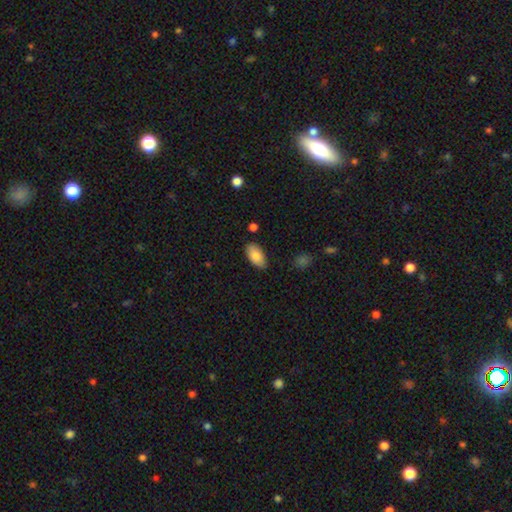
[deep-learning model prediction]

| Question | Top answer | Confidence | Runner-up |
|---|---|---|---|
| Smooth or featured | smooth | 87% | featured or disk (7%) |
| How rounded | in between | 95% | round (3%) |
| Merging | none | 85% | minor disturbance (11%) |